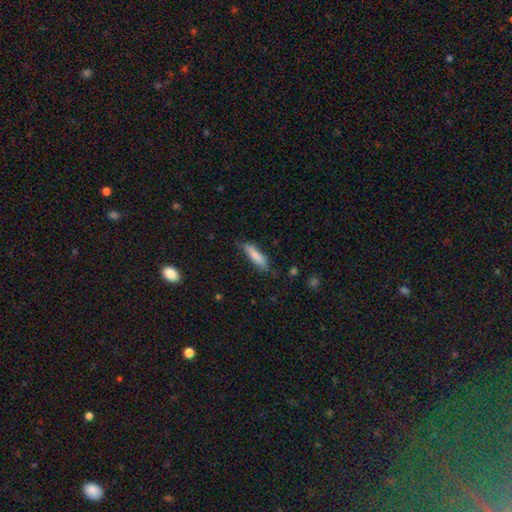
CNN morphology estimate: Smooth or featured?
  - smooth: 81% *
  - featured or disk: 13%
  - star or artifact: 6%
How rounded?
  - cigar-shaped: 66% *
  - in between: 33%
  - round: 2%
Merging?
  - none: 72% *
  - minor disturbance: 22%
  - major disturbance: 5%
  - merger: 2%